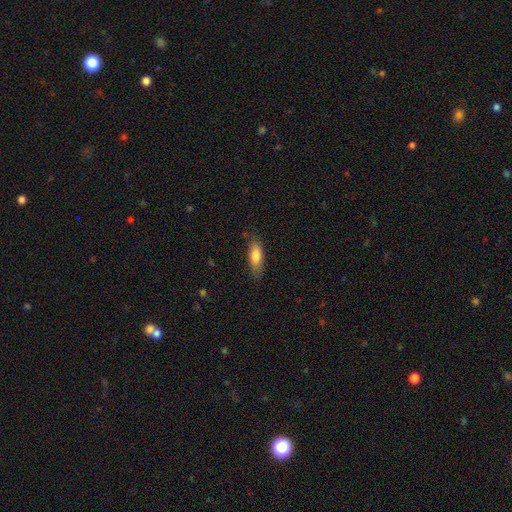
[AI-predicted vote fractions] Smooth or featured?
  - smooth: 78% *
  - featured or disk: 16%
  - star or artifact: 6%
How rounded?
  - in between: 59% *
  - cigar-shaped: 40%
  - round: 2%
Merging?
  - none: 79% *
  - minor disturbance: 16%
  - major disturbance: 4%
  - merger: 1%